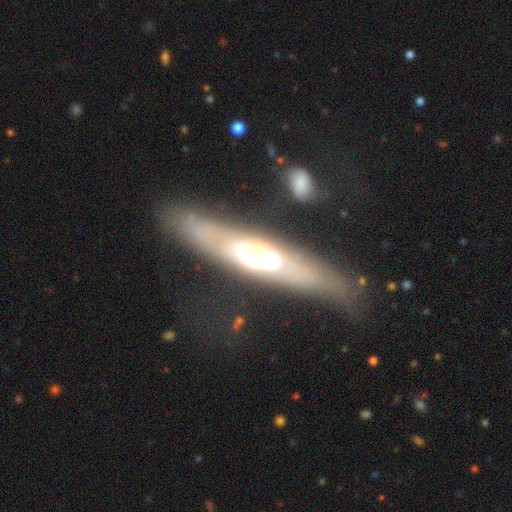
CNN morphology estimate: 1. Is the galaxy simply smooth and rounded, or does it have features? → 60% featured or disk, 32% smooth, 9% star or artifact.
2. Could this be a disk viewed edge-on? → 66% yes, 34% no.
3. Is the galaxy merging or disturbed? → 68% none, 14% minor disturbance, 10% merger, 7% major disturbance.